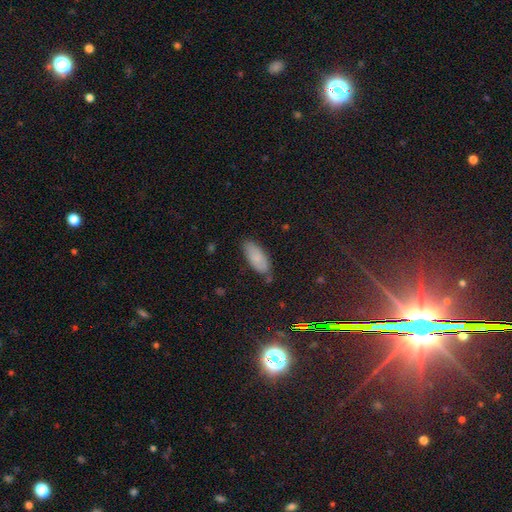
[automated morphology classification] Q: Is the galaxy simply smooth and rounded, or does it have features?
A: smooth — 78%.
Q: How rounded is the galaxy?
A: in between — 85%.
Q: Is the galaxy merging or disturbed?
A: none — 73%.